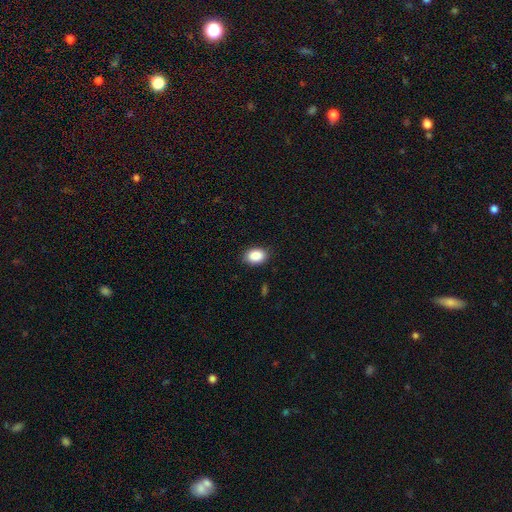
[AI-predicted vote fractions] Smooth or featured? Predicted: smooth (p=0.89). How rounded? Predicted: in between (p=0.75). Merging? Predicted: none (p=0.88).